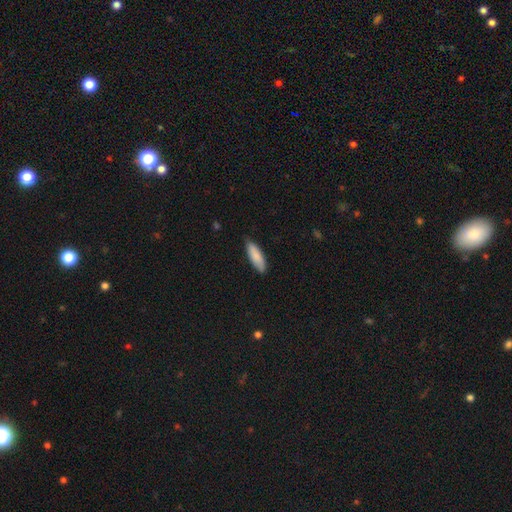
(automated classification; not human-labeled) Q: Smooth or featured?
A: smooth (87%); runner-up: featured or disk (8%)
Q: How rounded?
A: in between (52%); runner-up: cigar-shaped (47%)
Q: Merging?
A: none (85%); runner-up: minor disturbance (12%)